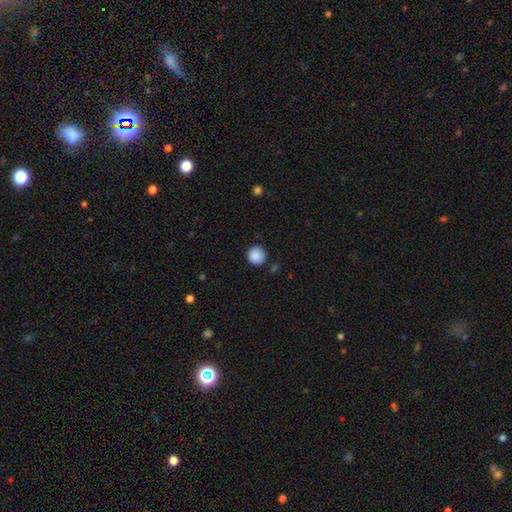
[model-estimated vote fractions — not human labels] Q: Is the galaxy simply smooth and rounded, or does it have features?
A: smooth — 88%.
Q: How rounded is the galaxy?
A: round — 94%.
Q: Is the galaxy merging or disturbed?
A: none — 87%.